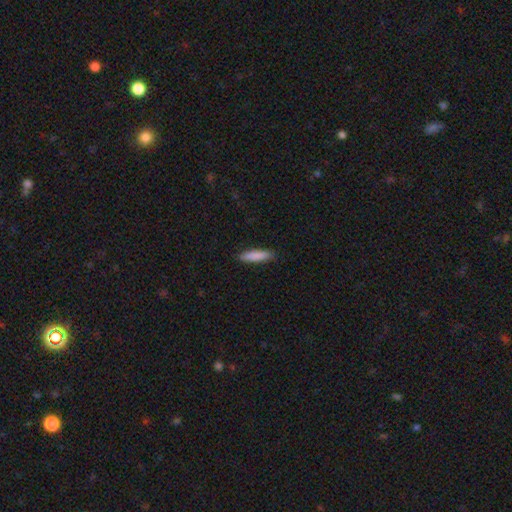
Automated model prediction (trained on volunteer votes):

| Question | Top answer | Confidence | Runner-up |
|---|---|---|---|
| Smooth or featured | smooth | 86% | featured or disk (8%) |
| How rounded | cigar-shaped | 80% | in between (19%) |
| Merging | none | 89% | minor disturbance (8%) |